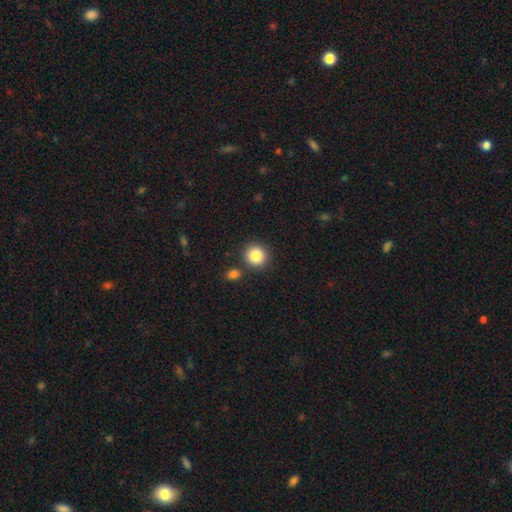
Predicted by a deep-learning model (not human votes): Morphology: type=smooth (86%); roundness=round (91%); merging=none (83%).